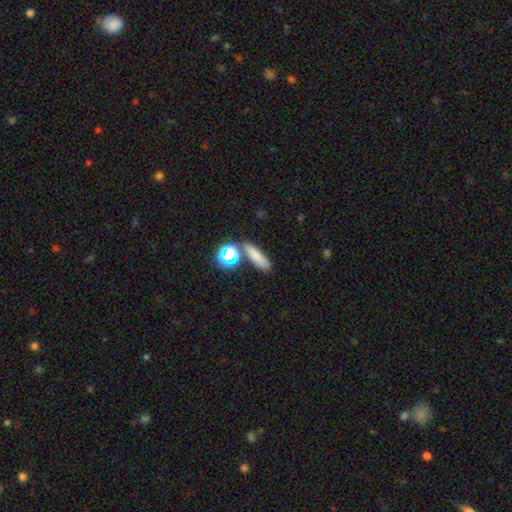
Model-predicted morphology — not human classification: Q: Smooth or featured?
A: smooth (74%); runner-up: star or artifact (17%)
Q: How rounded?
A: cigar-shaped (52%); runner-up: in between (33%)
Q: Merging?
A: none (74%); runner-up: merger (13%)